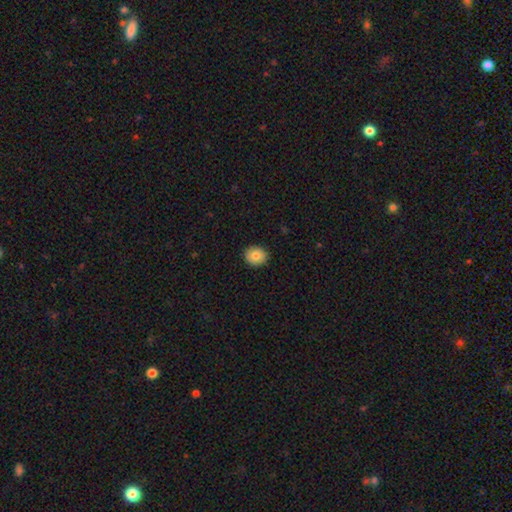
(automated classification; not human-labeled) A smooth galaxy with no disk features (83%) that is round (77%).

Vote fractions:
- Smooth or featured? smooth: 83% / featured or disk: 9% / star or artifact: 8%
- How rounded? round: 77% / in between: 22% / cigar-shaped: 1%
- Merging? none: 91% / minor disturbance: 6% / major disturbance: 2% / merger: 1%